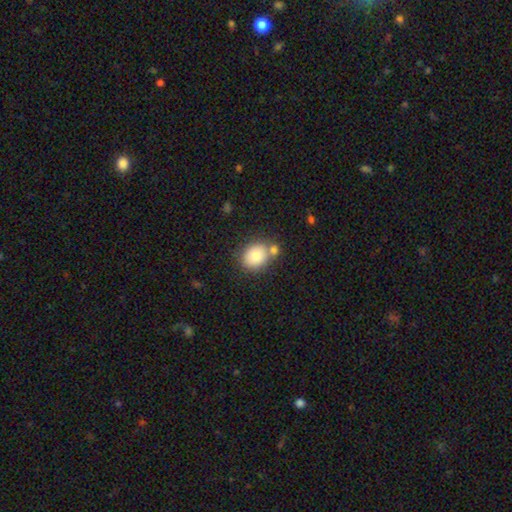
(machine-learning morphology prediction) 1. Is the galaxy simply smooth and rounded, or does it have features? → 81% smooth, 11% featured or disk, 9% star or artifact.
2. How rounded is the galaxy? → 60% round, 39% in between, 1% cigar-shaped.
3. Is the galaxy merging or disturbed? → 61% none, 24% merger, 12% minor disturbance, 4% major disturbance.